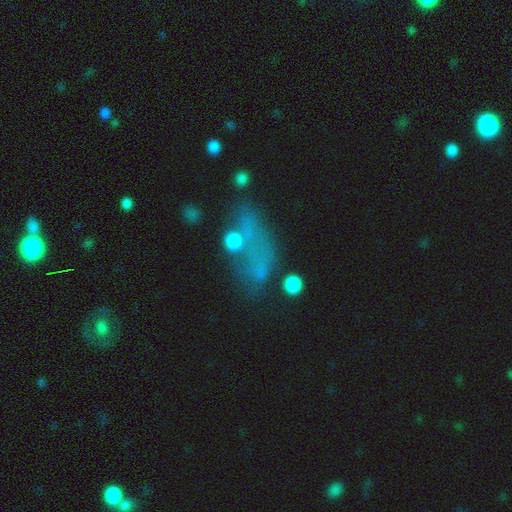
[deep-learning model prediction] smooth 40%, star or artifact 35%, featured or disk 26%. Down the decision tree: merging — none (43%).